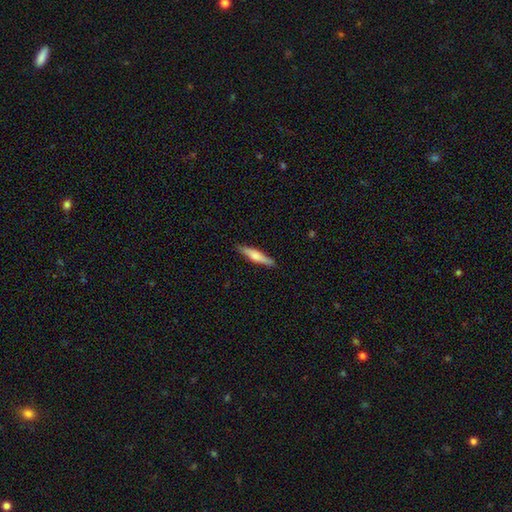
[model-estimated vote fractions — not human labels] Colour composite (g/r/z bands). It shows a smooth galaxy with no disk features (61%) that is cigar-shaped (86%). Merging: none (88%).